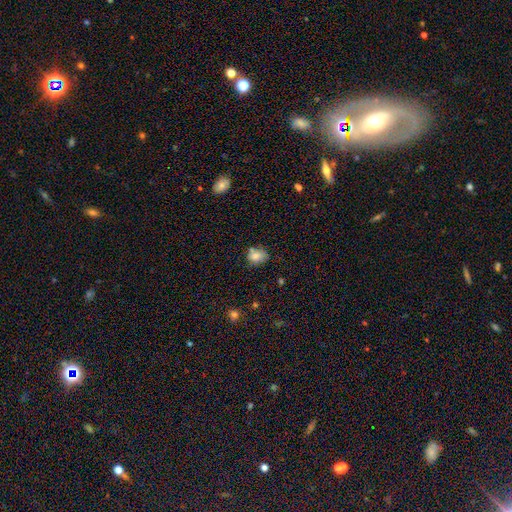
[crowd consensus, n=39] This appears to be a smooth galaxy with no disk features (79%) that is in between round and cigar-shaped (52%). Merging: none (69%).